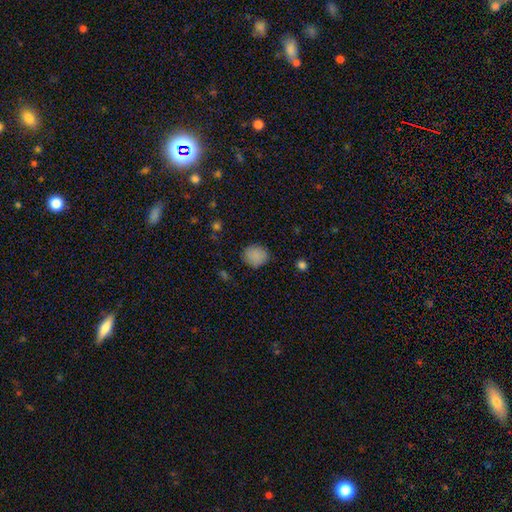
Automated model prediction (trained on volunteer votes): Q: Smooth or featured?
A: smooth (87%); runner-up: star or artifact (9%)
Q: How rounded?
A: round (75%); runner-up: in between (24%)
Q: Merging?
A: none (85%); runner-up: minor disturbance (11%)